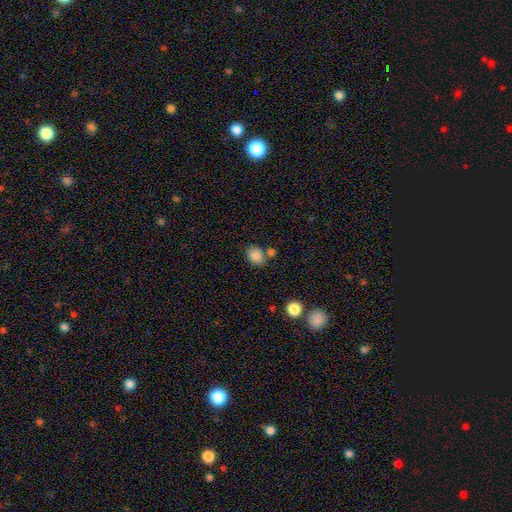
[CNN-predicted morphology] This is clearly a smooth galaxy (86%). How rounded: possibly in between (54%). Merging: likely none (67%).